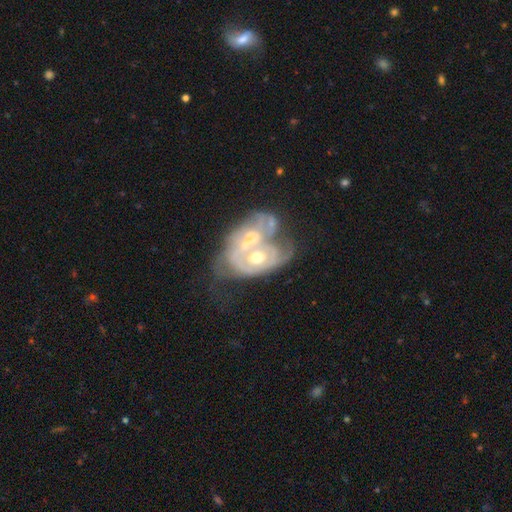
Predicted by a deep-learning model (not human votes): smooth_or_featured: featured or disk (p=0.76) [alt: smooth p=0.17]
disk_edge_on: no (p=0.97) [alt: yes p=0.03]
bar: no (p=0.80) [alt: weak p=0.16]
has_spiral_arms: no (p=0.51) [alt: yes p=0.49]
bulge_size: moderate (p=0.68) [alt: small p=0.22]
merging: merger (p=0.69) [alt: major disturbance p=0.14]